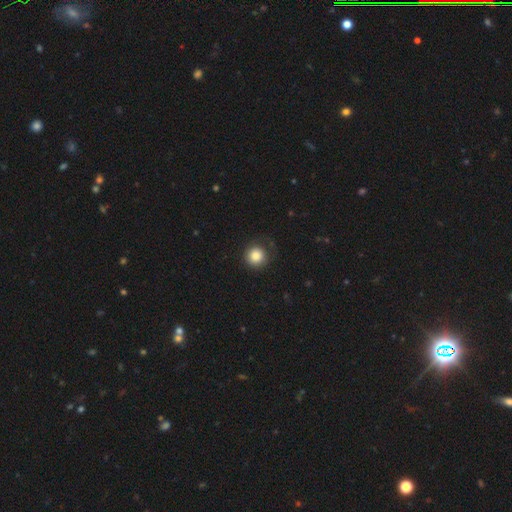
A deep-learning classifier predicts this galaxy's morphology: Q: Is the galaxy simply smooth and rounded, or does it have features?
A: smooth — 84%.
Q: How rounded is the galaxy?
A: round — 94%.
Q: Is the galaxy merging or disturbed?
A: none — 77%.